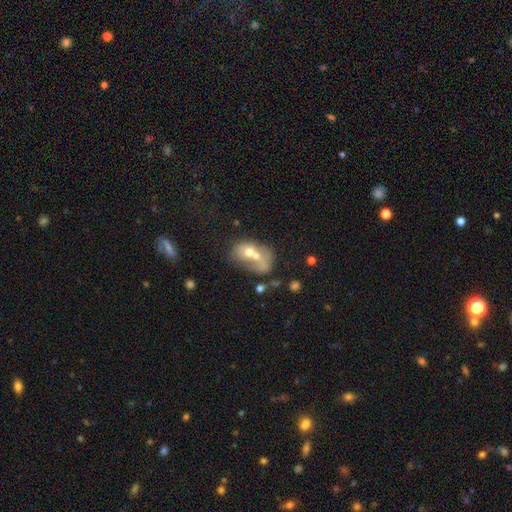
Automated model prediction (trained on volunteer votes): Smooth or featured?
  - smooth: 56% *
  - featured or disk: 35%
  - star or artifact: 9%
How rounded?
  - in between: 62% *
  - round: 36%
  - cigar-shaped: 1%
Merging?
  - merger: 71% *
  - none: 12%
  - major disturbance: 9%
  - minor disturbance: 7%